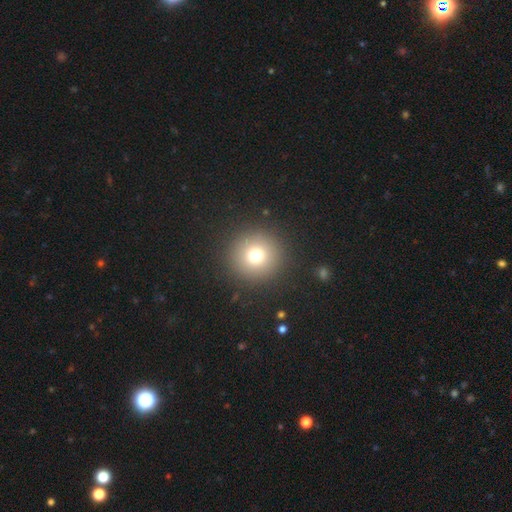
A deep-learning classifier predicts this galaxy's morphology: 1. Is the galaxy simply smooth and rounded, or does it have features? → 73% smooth, 16% star or artifact, 11% featured or disk.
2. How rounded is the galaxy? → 96% round, 3% in between, 1% cigar-shaped.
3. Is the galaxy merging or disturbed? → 91% none, 5% minor disturbance, 3% major disturbance, 1% merger.